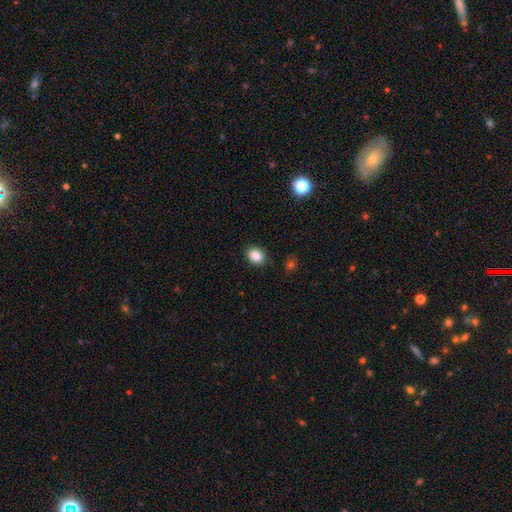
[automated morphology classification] type=smooth (85%); roundness=in between (56%); merging=none (88%).